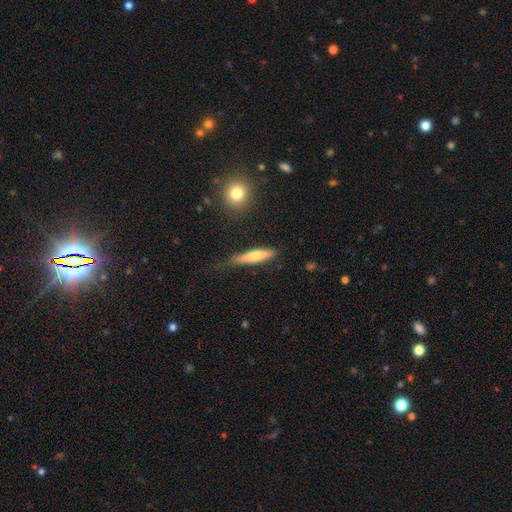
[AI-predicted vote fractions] A smooth galaxy with no disk features (60%) that is cigar-shaped (81%). Merging: none (72%).